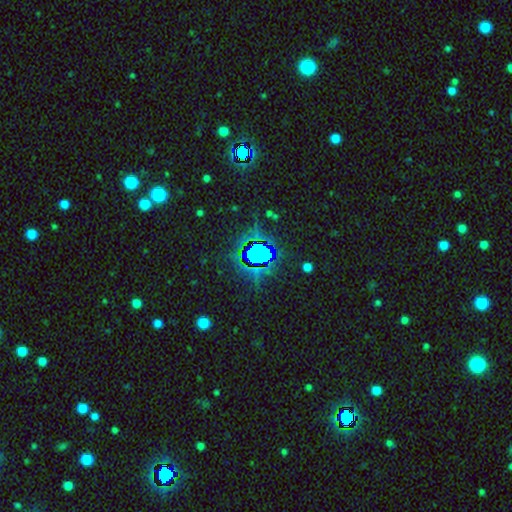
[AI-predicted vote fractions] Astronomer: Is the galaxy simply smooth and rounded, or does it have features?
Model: star or artifact — 73%.